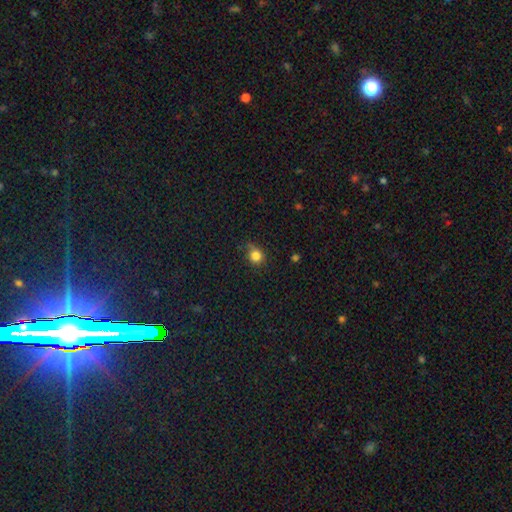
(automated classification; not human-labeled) smooth 83%, star or artifact 12%, featured or disk 5%. Down the decision tree: how rounded — round (86%); merging — none (65%).